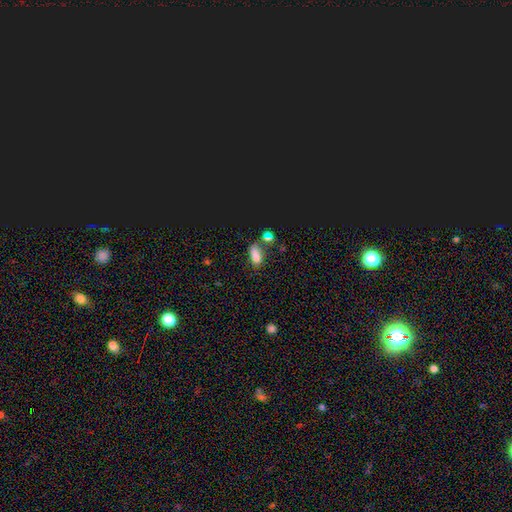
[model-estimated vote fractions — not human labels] A smooth galaxy with no disk features (69%) that is in between round and cigar-shaped (79%).

Vote fractions:
- Smooth or featured? smooth: 69% / star or artifact: 22% / featured or disk: 8%
- How rounded? in between: 79% / cigar-shaped: 12% / round: 9%
- Merging? none: 45% / merger: 25% / minor disturbance: 19% / major disturbance: 11%